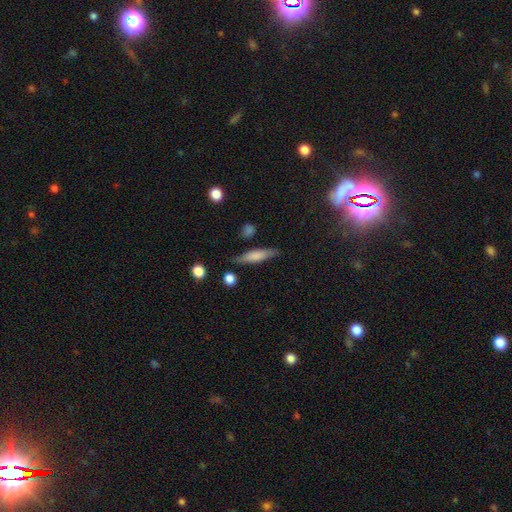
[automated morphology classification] The model was most divided on "smooth or featured": smooth: 64%, featured or disk: 29%, star or artifact: 7%. More confident: merging — none (78%); how rounded — cigar-shaped (73%).